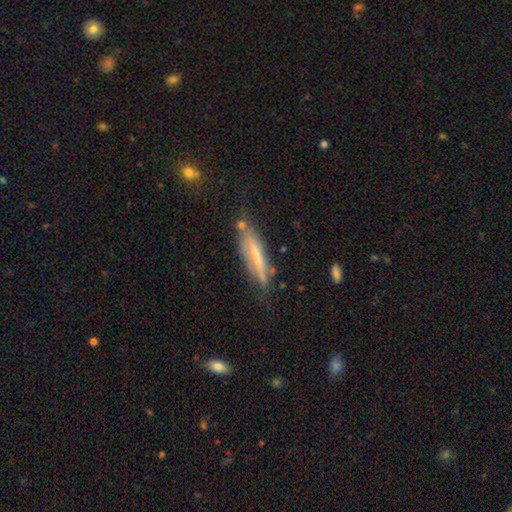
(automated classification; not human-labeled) A featured or disk galaxy (52%) viewed edge-on (74%).

Vote fractions:
- Smooth or featured? featured or disk: 52% / smooth: 40% / star or artifact: 8%
- Edge-on disk? yes: 74% / no: 26%
- Merging? none: 62% / minor disturbance: 25% / major disturbance: 8% / merger: 5%